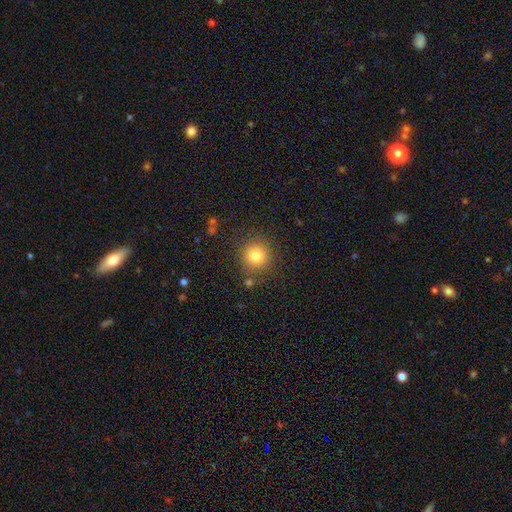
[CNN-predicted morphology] Q: Smooth or featured?
A: smooth (81%); runner-up: star or artifact (12%)
Q: How rounded?
A: round (92%); runner-up: in between (7%)
Q: Merging?
A: none (84%); runner-up: minor disturbance (9%)